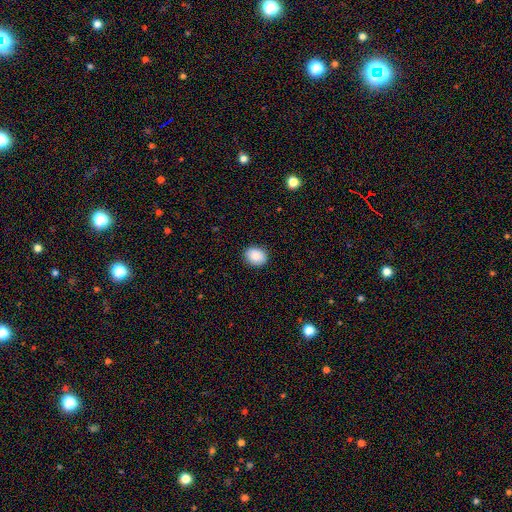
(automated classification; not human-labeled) Smooth or featured? Predicted: smooth (p=0.89). How rounded? Predicted: in between (p=0.54). Merging? Predicted: none (p=0.89).